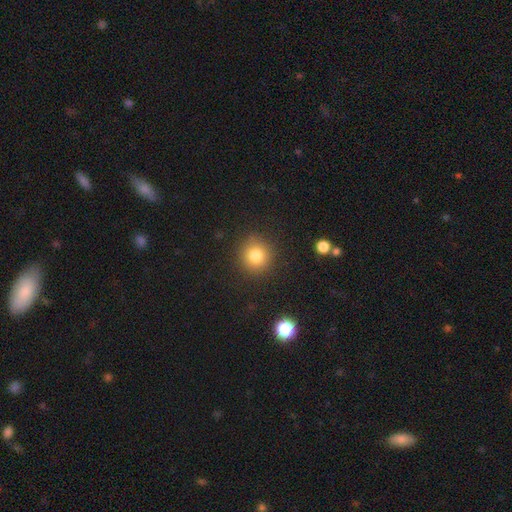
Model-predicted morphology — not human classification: A smooth galaxy with no disk features (81%) that is round (92%). Merging: none (89%).